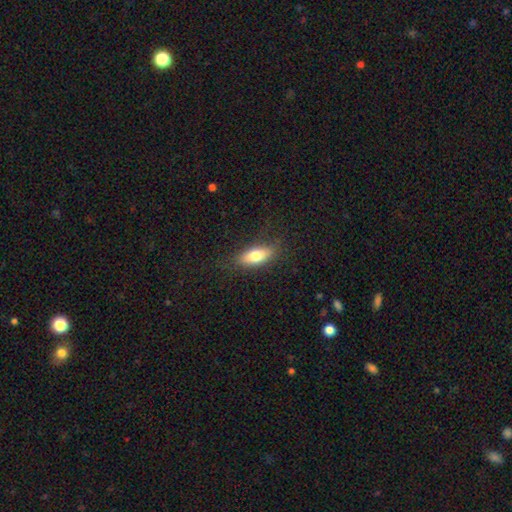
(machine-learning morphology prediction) type=smooth (74%); roundness=in between (76%); merging=none (82%).